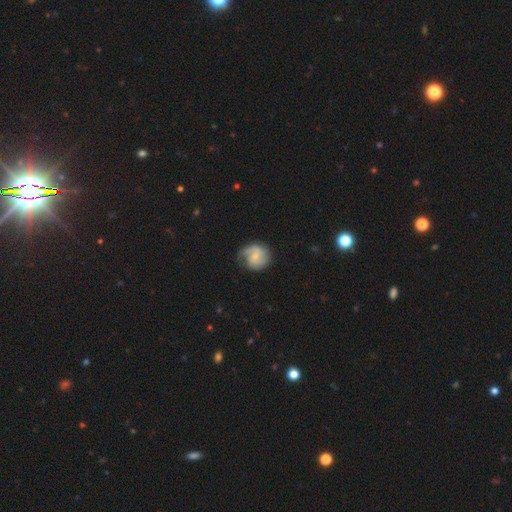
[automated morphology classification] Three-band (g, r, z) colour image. It shows a featured or disk galaxy (58%) with no bar (50%), spiral arms (88%) and a small central bulge (62%). Merging: none (62%).